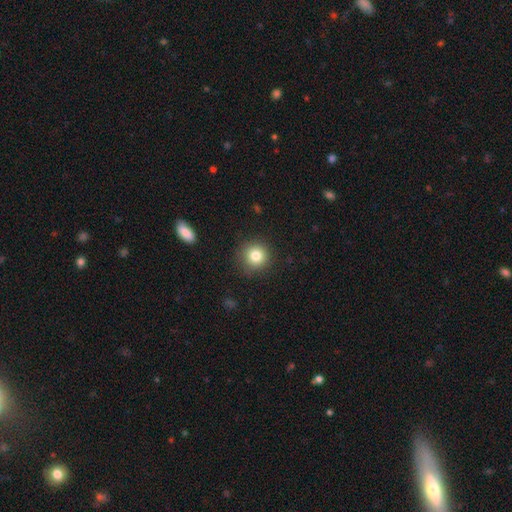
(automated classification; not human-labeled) This appears to be a smooth galaxy with no disk features (82%) that is round (94%). Merging: none (88%).